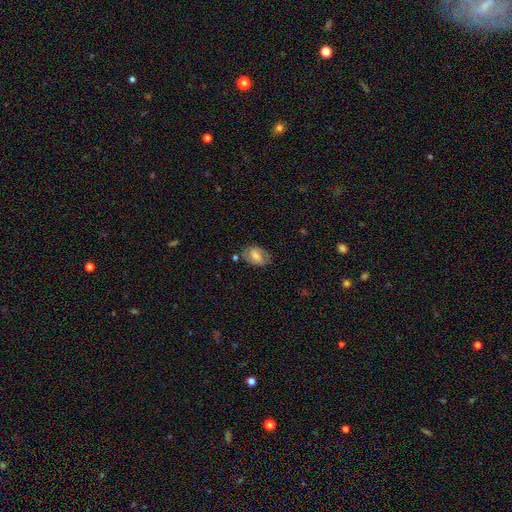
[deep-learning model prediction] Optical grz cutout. It shows a smooth galaxy with no disk features (61%) that is in between round and cigar-shaped (84%). Merging: none (67%).